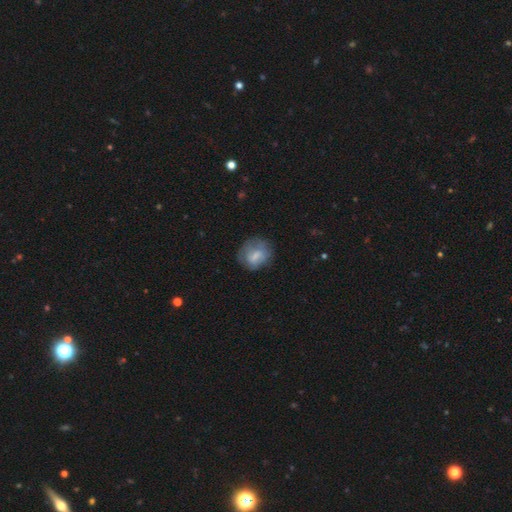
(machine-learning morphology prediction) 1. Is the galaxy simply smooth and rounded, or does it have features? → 64% smooth, 28% featured or disk, 8% star or artifact.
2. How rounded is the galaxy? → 61% round, 37% in between, 1% cigar-shaped.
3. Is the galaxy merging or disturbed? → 60% none, 25% minor disturbance, 14% major disturbance, 2% merger.